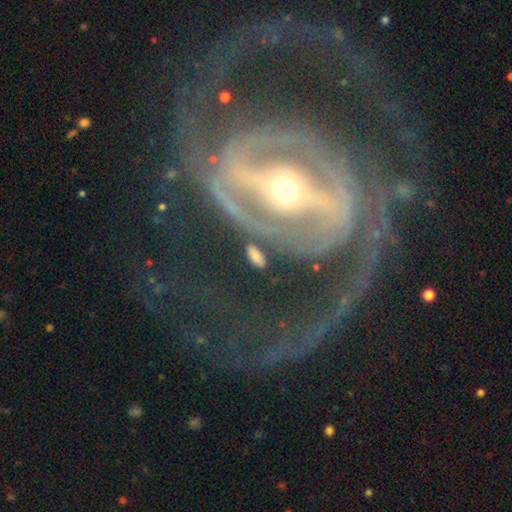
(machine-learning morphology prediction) smooth 66%, star or artifact 18%, featured or disk 16%. Down the decision tree: how rounded — in between (83%); merging — none (80%).